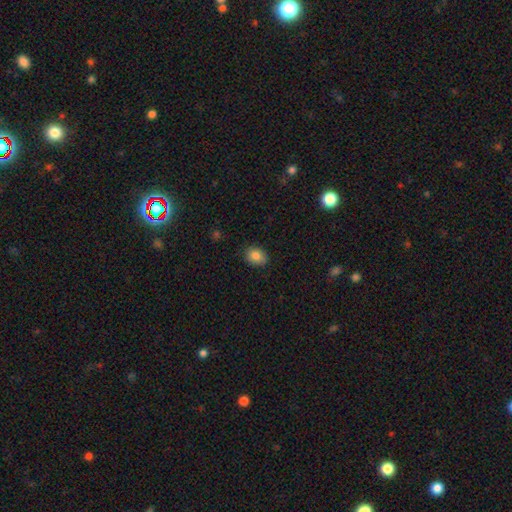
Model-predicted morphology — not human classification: The model was most divided on "how rounded": in between: 60%, round: 39%, cigar-shaped: 1%. More confident: merging — none (87%); smooth or featured — smooth (84%).